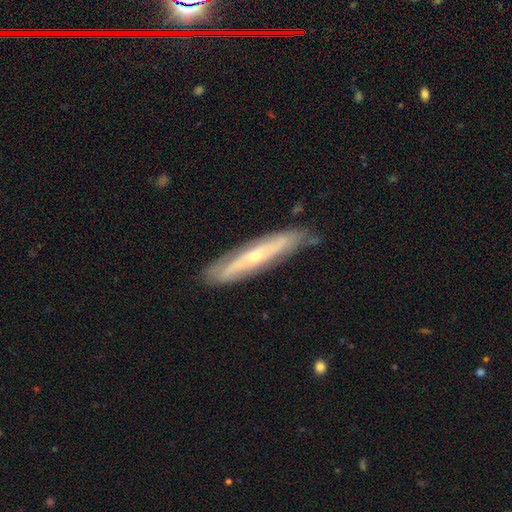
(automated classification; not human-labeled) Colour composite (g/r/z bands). It shows a featured or disk galaxy (71%) viewed edge-on (56%). Merging: none (79%).